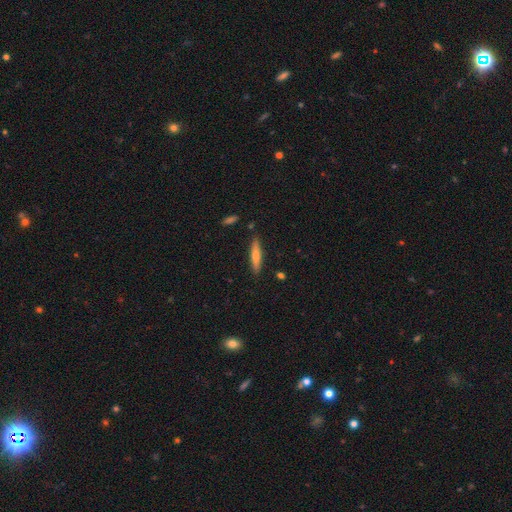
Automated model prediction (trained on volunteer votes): Q: Smooth or featured?
A: smooth (66%); runner-up: featured or disk (28%)
Q: How rounded?
A: cigar-shaped (86%); runner-up: in between (13%)
Q: Merging?
A: none (86%); runner-up: minor disturbance (10%)